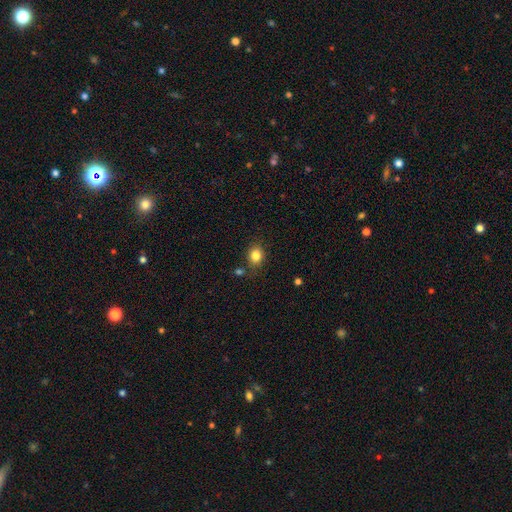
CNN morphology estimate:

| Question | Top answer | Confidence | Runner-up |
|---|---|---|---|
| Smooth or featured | smooth | 83% | star or artifact (11%) |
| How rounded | round | 60% | in between (39%) |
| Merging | none | 79% | minor disturbance (12%) |